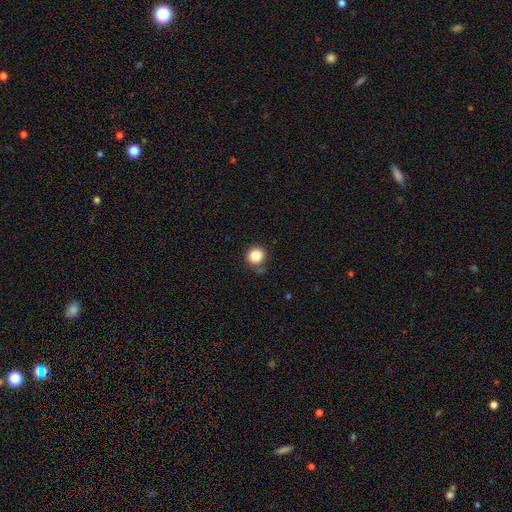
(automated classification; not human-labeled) This appears to be a smooth galaxy with no disk features (84%) that is round (92%). Merging: none (73%).